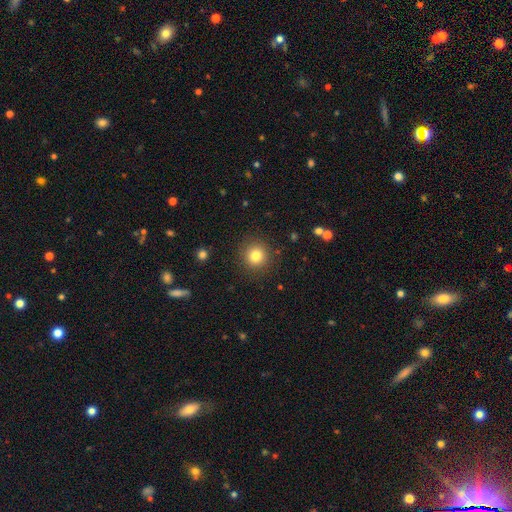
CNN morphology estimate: Smooth or featured? Predicted: smooth (p=0.81). How rounded? Predicted: round (p=0.94). Merging? Predicted: none (p=0.90).